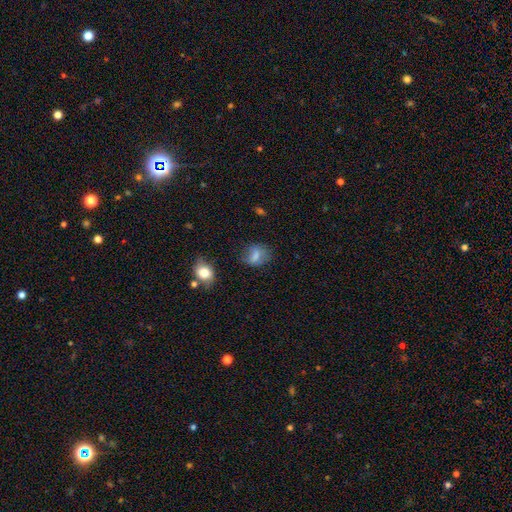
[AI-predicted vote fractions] This is likely a smooth galaxy (73%). How rounded: possibly in between (57%). Merging: likely none (65%).